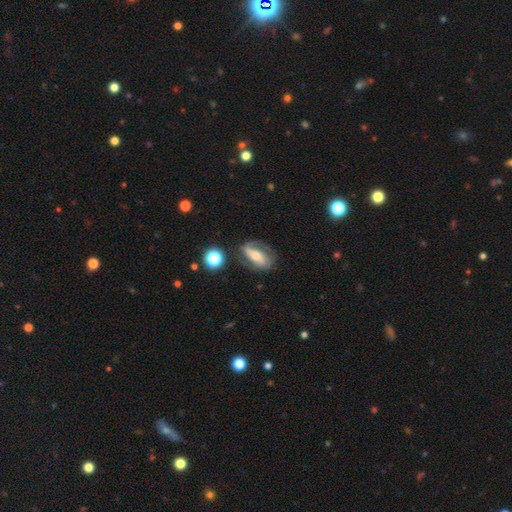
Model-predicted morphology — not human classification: Smooth or featured: featured or disk — 61% (smooth — 31%)
Edge-on disk: no — 86% (yes — 14%)
Bar: strong — 43% (no — 33%)
Spiral arms: yes — 68% (no — 32%)
Bulge size: moderate — 54% (small — 36%)
Merging: none — 62% (minor disturbance — 21%)